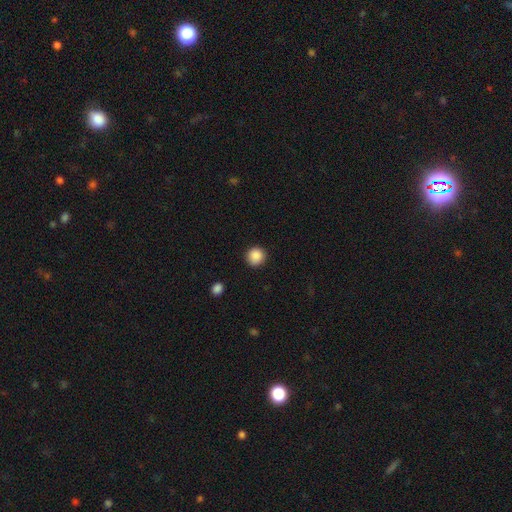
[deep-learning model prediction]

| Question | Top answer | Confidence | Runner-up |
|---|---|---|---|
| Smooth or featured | smooth | 88% | star or artifact (9%) |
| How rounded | round | 93% | in between (6%) |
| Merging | none | 90% | minor disturbance (7%) |